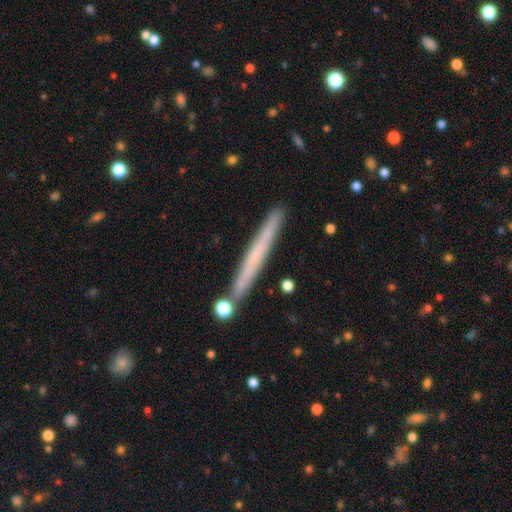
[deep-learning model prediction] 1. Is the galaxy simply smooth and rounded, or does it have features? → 53% smooth, 40% featured or disk, 7% star or artifact.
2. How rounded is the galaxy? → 97% cigar-shaped, 2% in between, 1% round.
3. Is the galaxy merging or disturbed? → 88% none, 8% minor disturbance, 3% merger, 1% major disturbance.